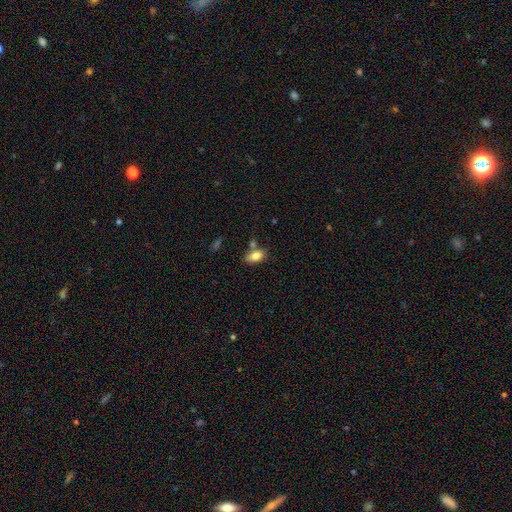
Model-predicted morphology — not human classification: smooth_or_featured: smooth (p=0.81) [alt: featured or disk p=0.11]
how_rounded: in between (p=0.89) [alt: round p=0.06]
merging: none (p=0.62) [alt: minor disturbance p=0.17]